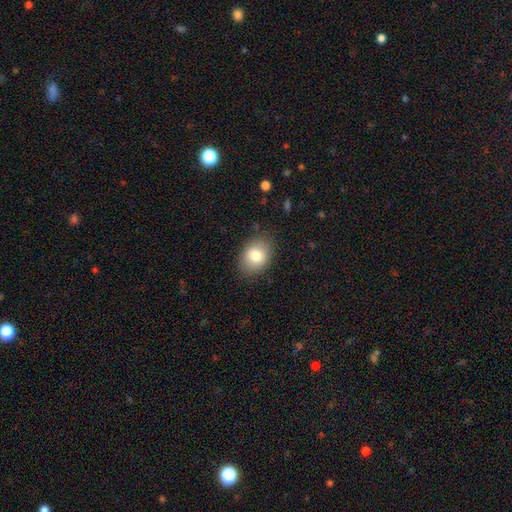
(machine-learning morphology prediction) smooth_or_featured: smooth (p=0.80) [alt: featured or disk p=0.11]
how_rounded: in between (p=0.71) [alt: round p=0.28]
merging: none (p=0.84) [alt: minor disturbance p=0.12]